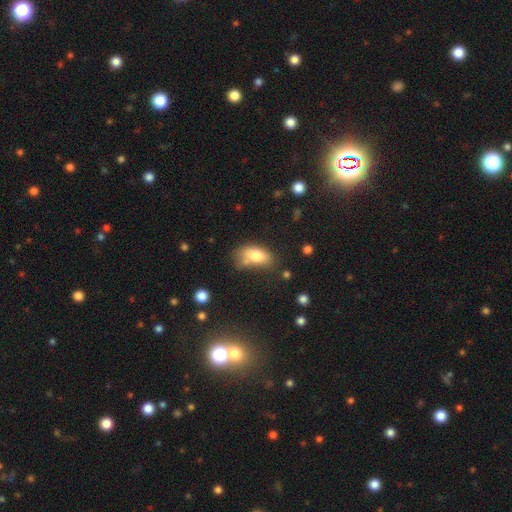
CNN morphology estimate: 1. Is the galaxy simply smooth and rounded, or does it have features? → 76% smooth, 15% featured or disk, 8% star or artifact.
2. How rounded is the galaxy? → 89% in between, 6% round, 4% cigar-shaped.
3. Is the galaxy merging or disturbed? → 46% none, 25% minor disturbance, 17% merger, 12% major disturbance.